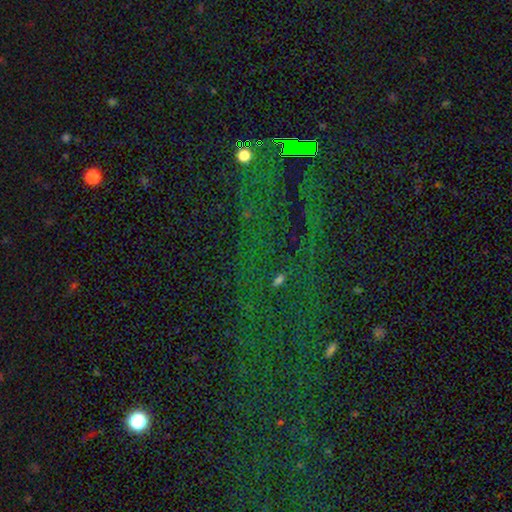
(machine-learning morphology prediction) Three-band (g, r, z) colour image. It shows a star or artifact, not a galaxy (78%).